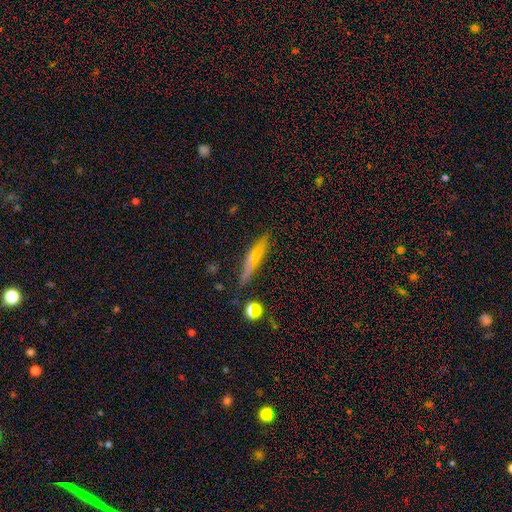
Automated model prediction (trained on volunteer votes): This is possibly a smooth galaxy (56%). How rounded: clearly cigar-shaped (86%). Merging: likely none (70%).